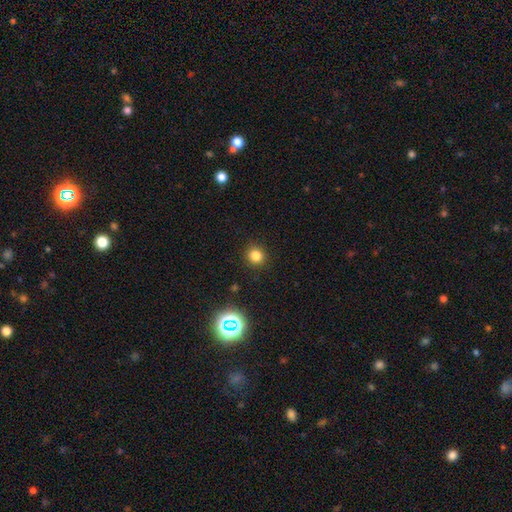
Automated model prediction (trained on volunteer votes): This is clearly a smooth galaxy (80%). How rounded: clearly round (88%). Merging: clearly none (90%).